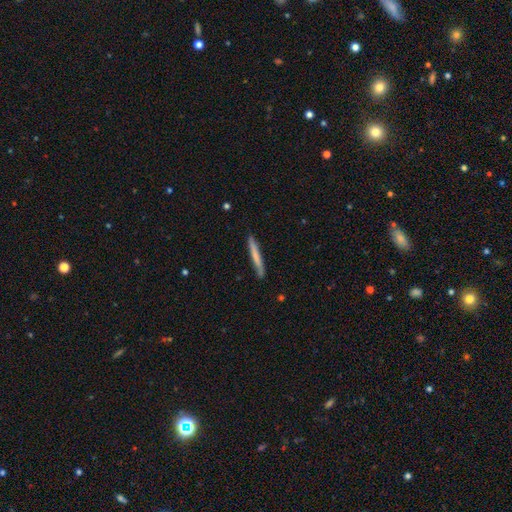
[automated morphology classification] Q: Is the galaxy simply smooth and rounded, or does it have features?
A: smooth — 65%.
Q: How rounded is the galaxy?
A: cigar-shaped — 96%.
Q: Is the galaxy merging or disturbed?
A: none — 86%.